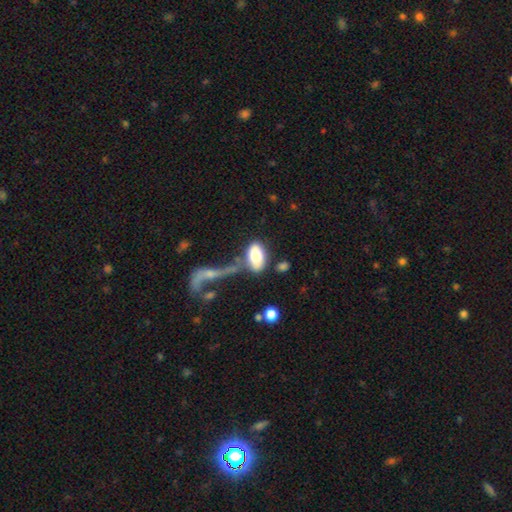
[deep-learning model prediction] Smooth or featured? Predicted: smooth (p=0.77). How rounded? Predicted: in between (p=0.92). Merging? Predicted: none (p=0.39).